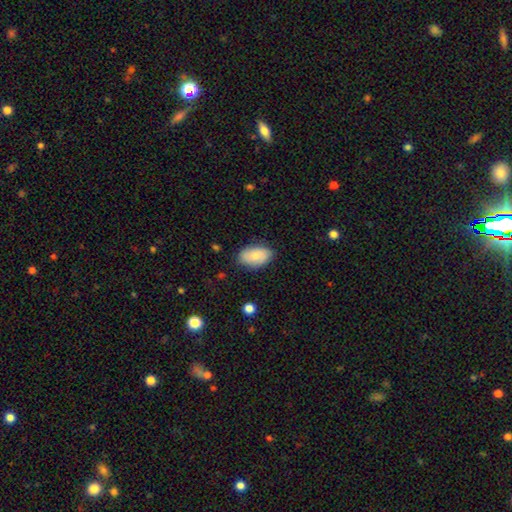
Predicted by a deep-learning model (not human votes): Smooth or featured?
  - smooth: 77% *
  - featured or disk: 16%
  - star or artifact: 6%
How rounded?
  - in between: 93% *
  - round: 5%
  - cigar-shaped: 1%
Merging?
  - none: 80% *
  - minor disturbance: 15%
  - major disturbance: 3%
  - merger: 1%